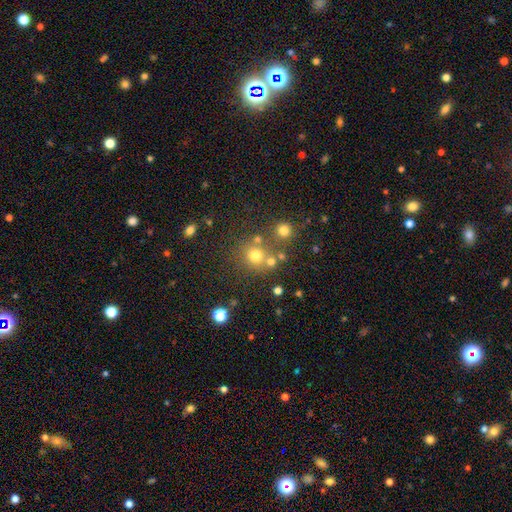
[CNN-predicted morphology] A smooth galaxy with no disk features (69%) that is round (88%).

Vote fractions:
- Smooth or featured? smooth: 69% / star or artifact: 21% / featured or disk: 10%
- How rounded? round: 88% / in between: 11% / cigar-shaped: 1%
- Merging? none: 68% / merger: 18% / minor disturbance: 10% / major disturbance: 4%